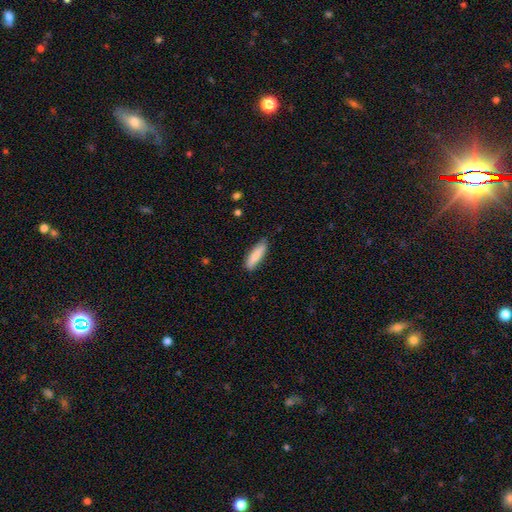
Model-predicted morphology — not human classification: Smooth or featured: smooth — 82% (featured or disk — 12%)
How rounded: cigar-shaped — 65% (in between — 34%)
Merging: none — 83% (minor disturbance — 14%)